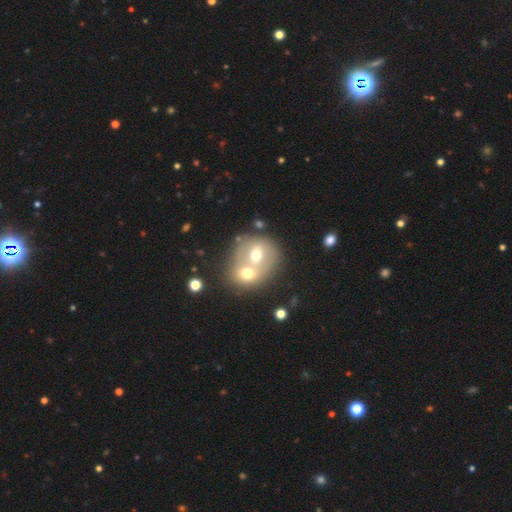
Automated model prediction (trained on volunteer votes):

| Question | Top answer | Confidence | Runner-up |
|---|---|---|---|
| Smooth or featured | smooth | 51% | featured or disk (37%) |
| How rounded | round | 73% | in between (26%) |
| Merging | merger | 75% | none (17%) |